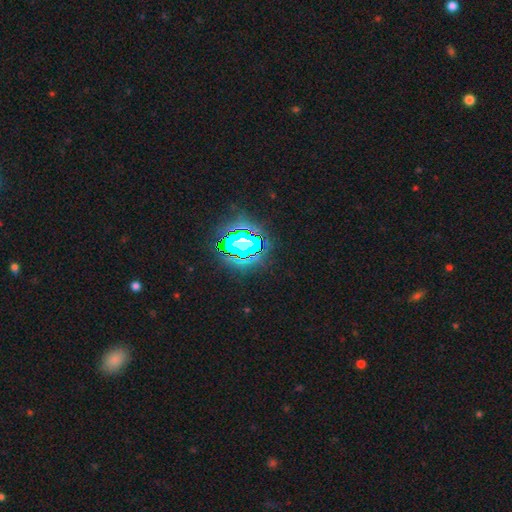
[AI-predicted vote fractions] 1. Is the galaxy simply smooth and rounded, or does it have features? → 84% star or artifact, 10% smooth, 6% featured or disk.